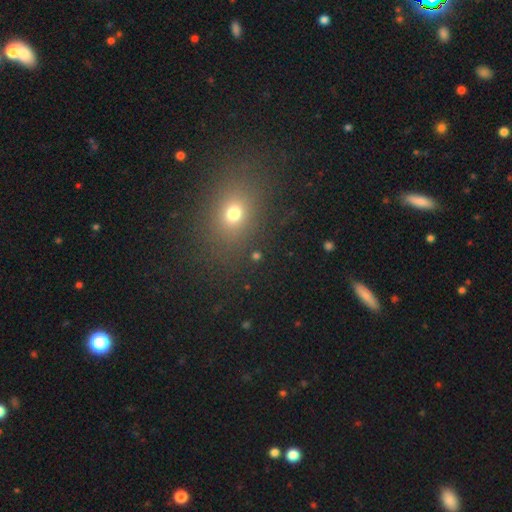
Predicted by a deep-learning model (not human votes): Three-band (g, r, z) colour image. It shows a smooth galaxy with no disk features (60%) that is round (54%). Merging: none (85%).